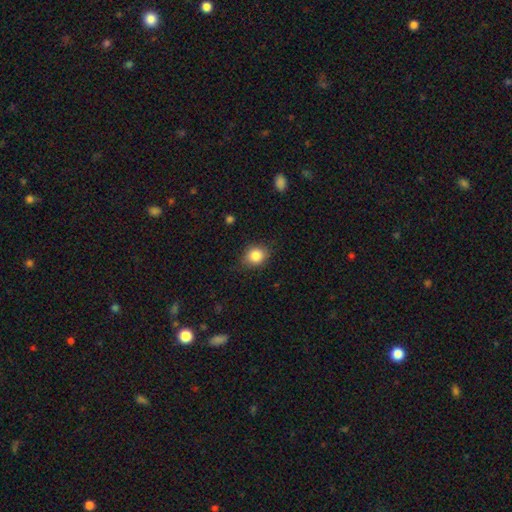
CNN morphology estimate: Smooth or featured? smooth (85%)
How rounded? round (60%)
Merging? none (80%)